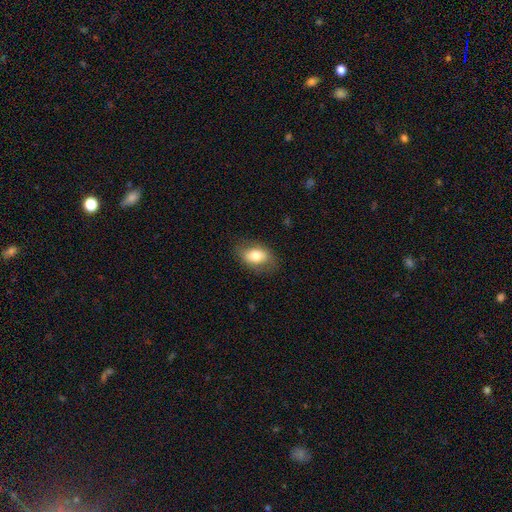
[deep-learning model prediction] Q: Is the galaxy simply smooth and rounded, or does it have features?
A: smooth — 75%.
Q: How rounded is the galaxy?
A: in between — 86%.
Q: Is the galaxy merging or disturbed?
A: none — 79%.